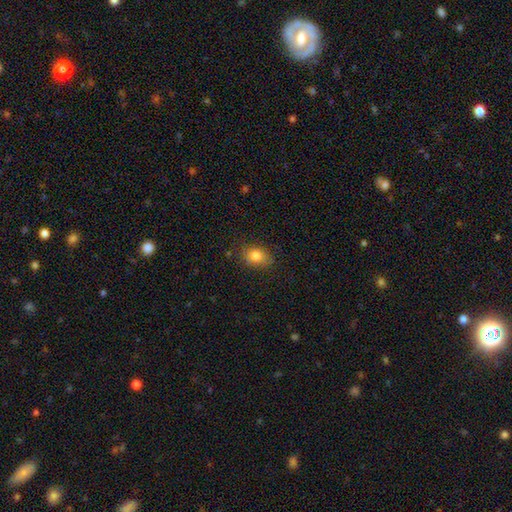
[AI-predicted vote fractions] smooth_or_featured: smooth (p=0.82) [alt: star or artifact p=0.10]
how_rounded: in between (p=0.63) [alt: round p=0.36]
merging: none (p=0.82) [alt: minor disturbance p=0.13]